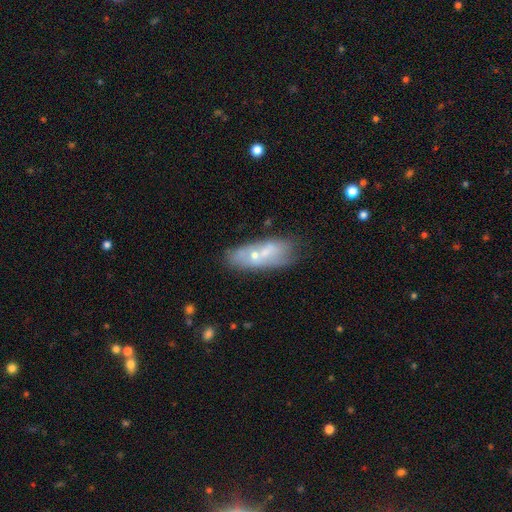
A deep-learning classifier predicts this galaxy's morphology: A featured or disk galaxy (48%).

Vote fractions:
- Smooth or featured? featured or disk: 48% / smooth: 43% / star or artifact: 9%
- Merging? none: 49% / minor disturbance: 21% / merger: 21% / major disturbance: 9%